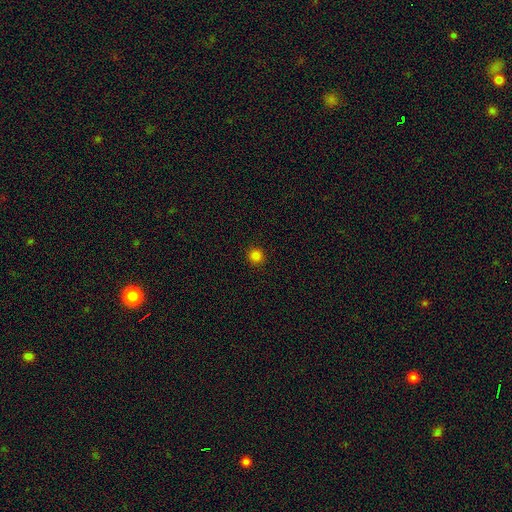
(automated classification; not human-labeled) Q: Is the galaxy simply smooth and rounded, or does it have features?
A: smooth — 83%.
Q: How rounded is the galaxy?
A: round — 95%.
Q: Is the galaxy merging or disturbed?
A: none — 93%.